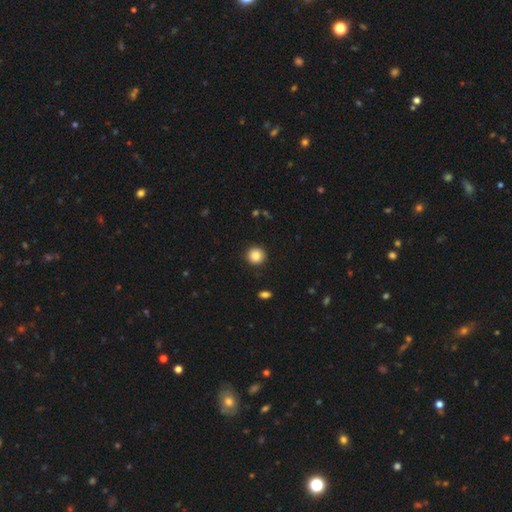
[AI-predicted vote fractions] smooth-or-featured: smooth: 86% | star or artifact: 9% | featured or disk: 4%
  how-rounded: round: 94% | in between: 5% | cigar-shaped: 1%
  merging: none: 91% | minor disturbance: 6% | major disturbance: 2% | merger: 1%